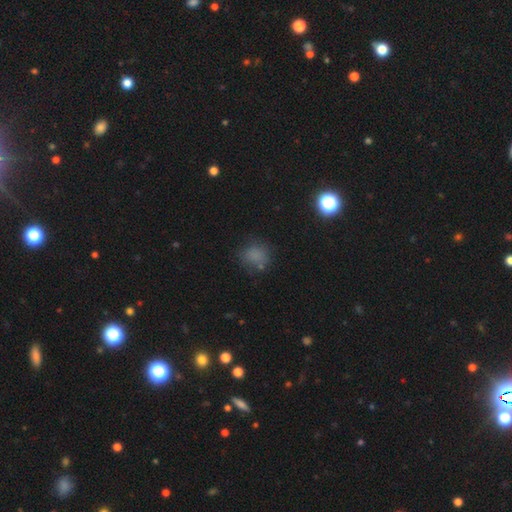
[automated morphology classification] The model was most divided on "merging": none: 69%, minor disturbance: 19%, major disturbance: 7%, merger: 5%. More confident: smooth or featured — smooth (75%); how rounded — round (75%).